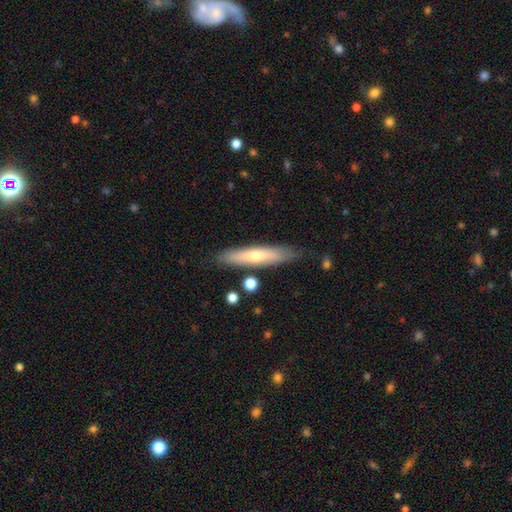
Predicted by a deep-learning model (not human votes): This appears to be a smooth galaxy with no disk features (54%) that is cigar-shaped (85%). Merging: none (82%).